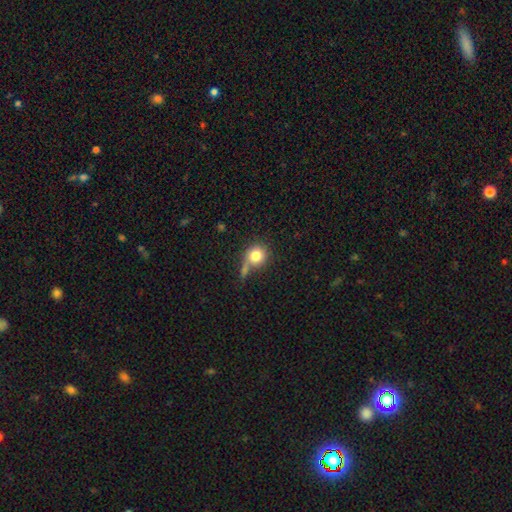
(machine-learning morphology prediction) Q: Smooth or featured?
A: smooth (81%); runner-up: featured or disk (10%)
Q: How rounded?
A: round (86%); runner-up: in between (12%)
Q: Merging?
A: none (45%); runner-up: merger (25%)